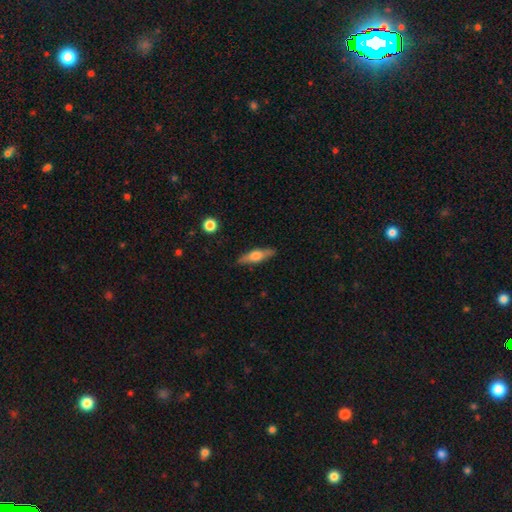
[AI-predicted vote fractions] This appears to be a featured or disk galaxy (52%) viewed edge-on (92%). Merging: none (87%).